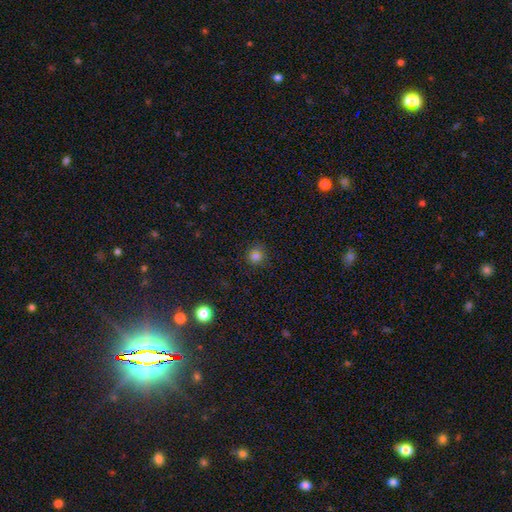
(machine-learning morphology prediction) The model was most divided on "smooth or featured": smooth: 77%, star or artifact: 17%, featured or disk: 5%. More confident: how rounded — round (90%); merging — none (83%).